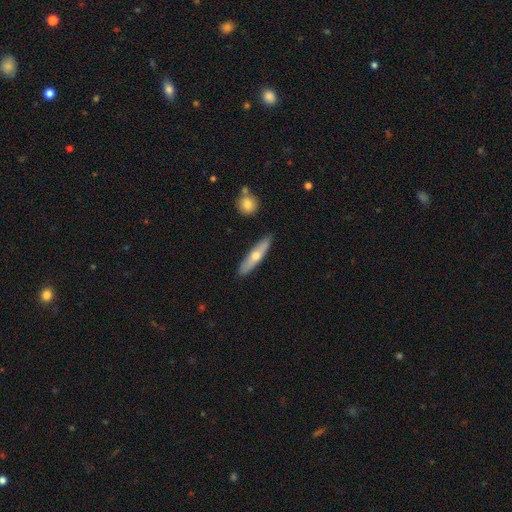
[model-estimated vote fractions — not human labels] smooth 52%, featured or disk 42%, star or artifact 6%. Down the decision tree: how rounded — cigar-shaped (79%); merging — none (87%).